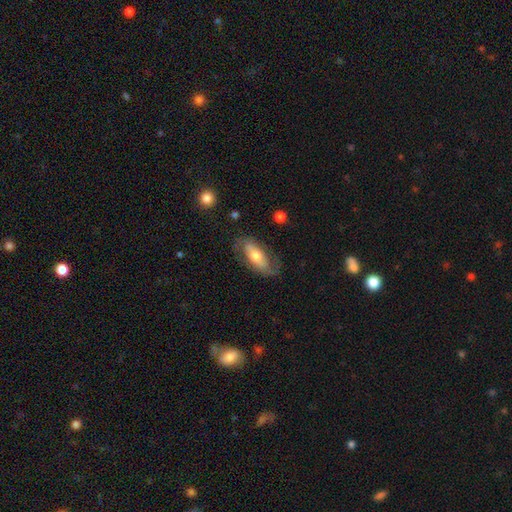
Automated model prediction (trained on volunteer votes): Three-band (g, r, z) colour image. It shows a featured or disk galaxy (53%). Merging: none (67%).